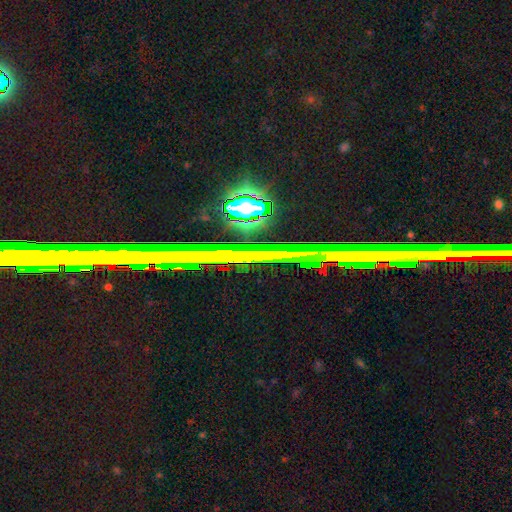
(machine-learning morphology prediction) star or artifact 79%, featured or disk 11%, smooth 10%.